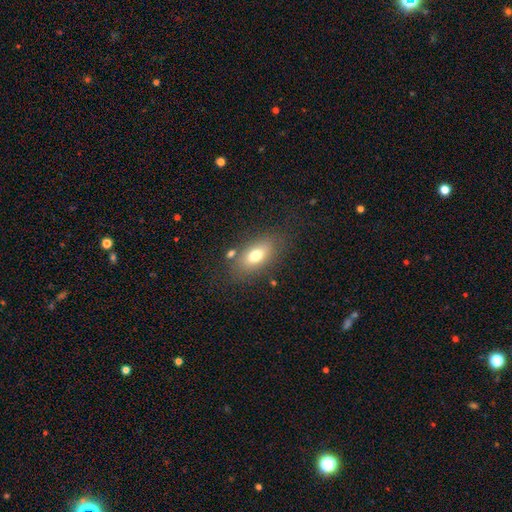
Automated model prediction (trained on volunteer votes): Smooth or featured: smooth — 72% (featured or disk — 18%)
How rounded: in between — 86% (round — 8%)
Merging: none — 75% (minor disturbance — 14%)